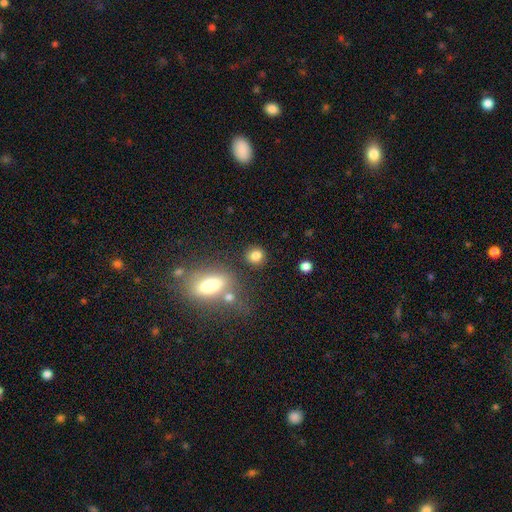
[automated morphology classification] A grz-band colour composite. It shows a smooth galaxy with no disk features (83%) that is round (81%). Merging: none (81%).